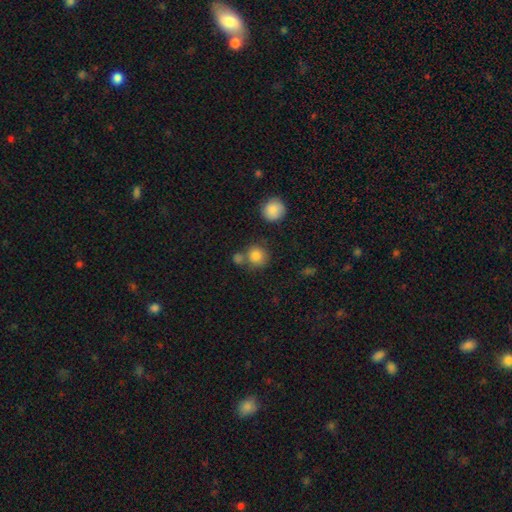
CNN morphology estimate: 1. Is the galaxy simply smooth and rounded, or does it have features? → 83% smooth, 11% star or artifact, 6% featured or disk.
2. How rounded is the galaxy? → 89% round, 10% in between, 1% cigar-shaped.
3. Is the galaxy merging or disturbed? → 63% none, 22% merger, 10% minor disturbance, 4% major disturbance.